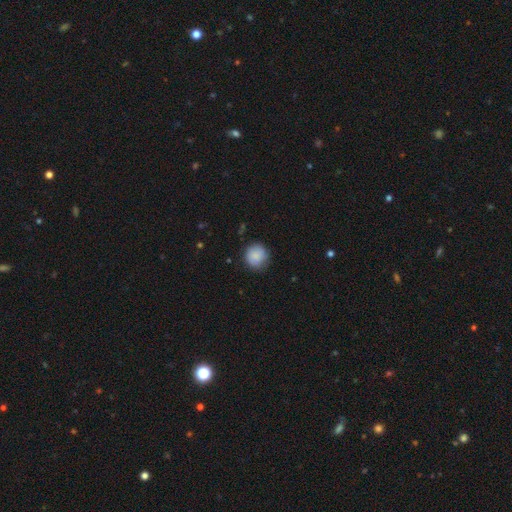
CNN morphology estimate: smooth_or_featured: smooth (p=0.87) [alt: star or artifact p=0.07]
how_rounded: round (p=0.91) [alt: in between p=0.08]
merging: none (p=0.80) [alt: minor disturbance p=0.15]